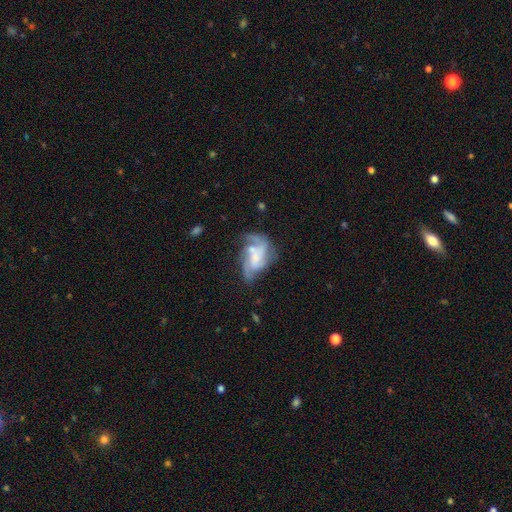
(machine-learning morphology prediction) The model was most divided on "bulge size": small: 31%, none: 30%, moderate: 26%, large: 10%, dominant: 3%. Remaining: edge-on disk — no (97%); spiral arms — yes (79%); smooth or featured — featured or disk (69%); bar — no (60%); spiral winding — medium (43%); merging — none (36%); spiral arm count — 3 (31%).